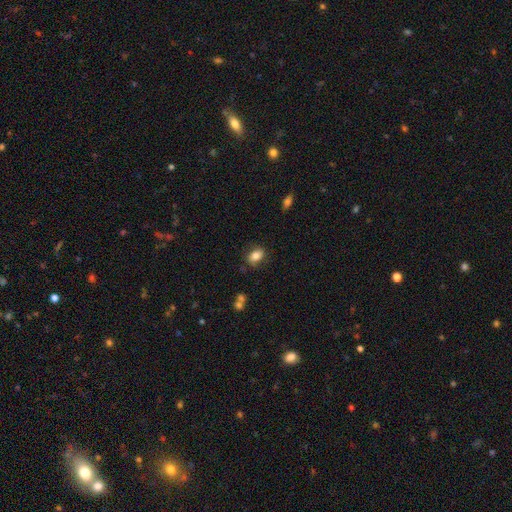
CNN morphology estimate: This is clearly a smooth galaxy (81%). How rounded: clearly in between (81%). Merging: likely none (78%).